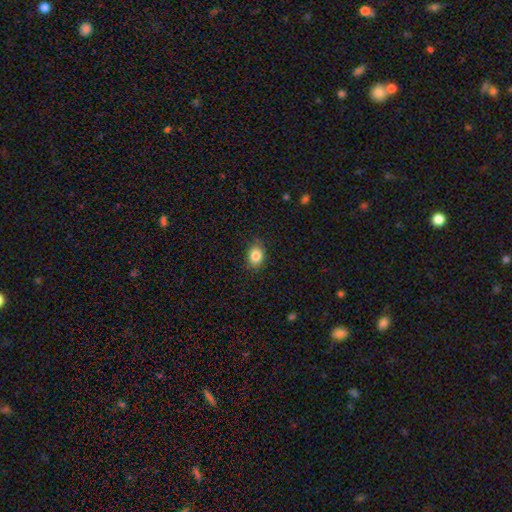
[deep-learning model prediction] Morphology: type=smooth (85%); roundness=in between (65%); merging=none (84%).